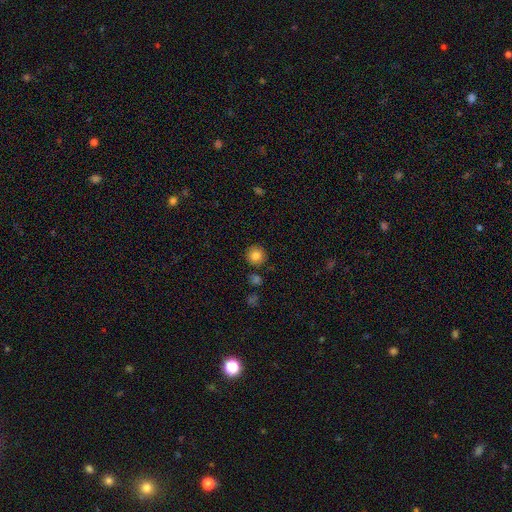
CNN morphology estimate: smooth-or-featured: smooth: 84% | star or artifact: 10% | featured or disk: 6%
  how-rounded: round: 94% | in between: 5% | cigar-shaped: 1%
  merging: none: 88% | minor disturbance: 7% | merger: 3% | major disturbance: 2%